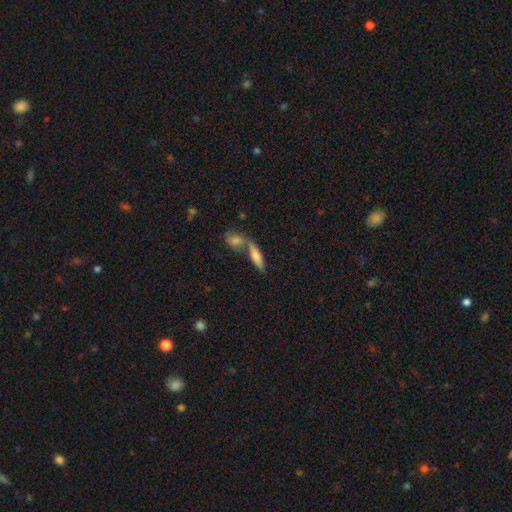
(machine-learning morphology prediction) type=smooth (71%); roundness=cigar-shaped (52%); merging=merger (45%).